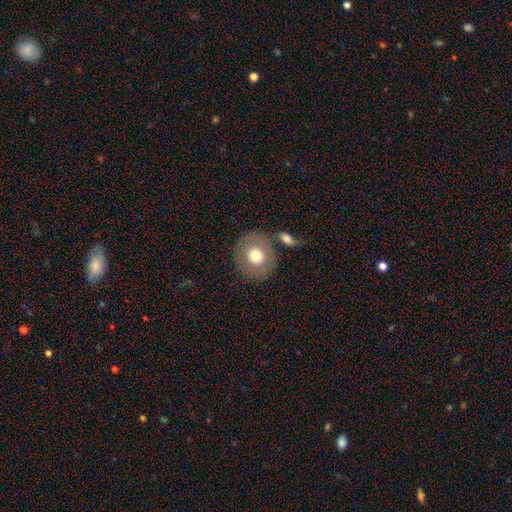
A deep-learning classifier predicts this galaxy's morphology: The model was most divided on "smooth or featured": smooth: 68%, featured or disk: 24%, star or artifact: 8%. More confident: how rounded — round (87%); merging — none (77%).